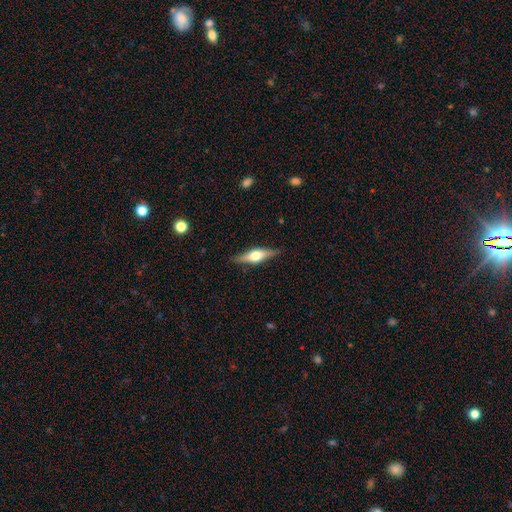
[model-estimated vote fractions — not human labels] The model was most divided on "smooth or featured": featured or disk: 61%, smooth: 33%, star or artifact: 6%. More confident: edge-on disk — yes (95%); edge-on bulge — rounded (93%); merging — none (87%).